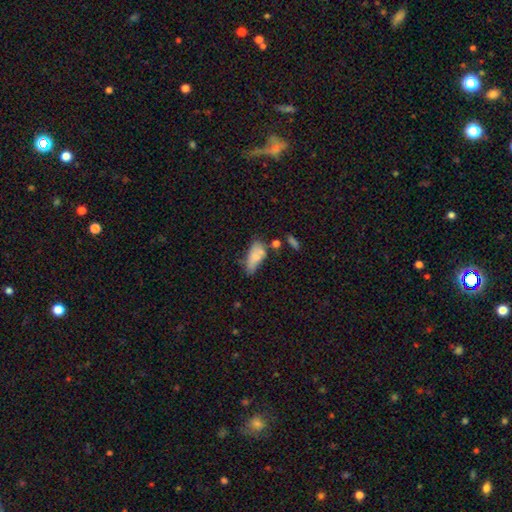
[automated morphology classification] type=smooth (71%); roundness=in between (82%); merging=none (37%).